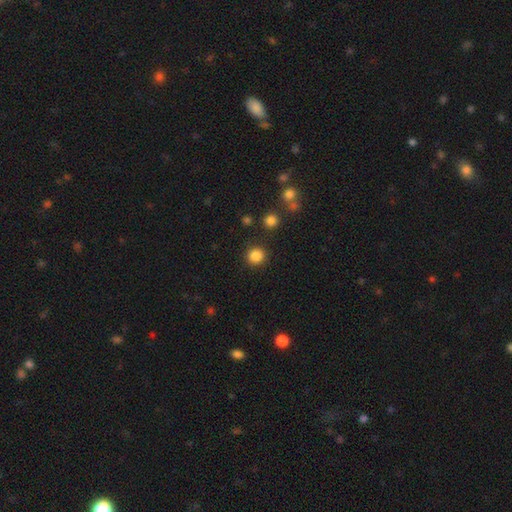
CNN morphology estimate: smooth 85%, star or artifact 11%, featured or disk 3%. Down the decision tree: how rounded — round (90%); merging — none (89%).